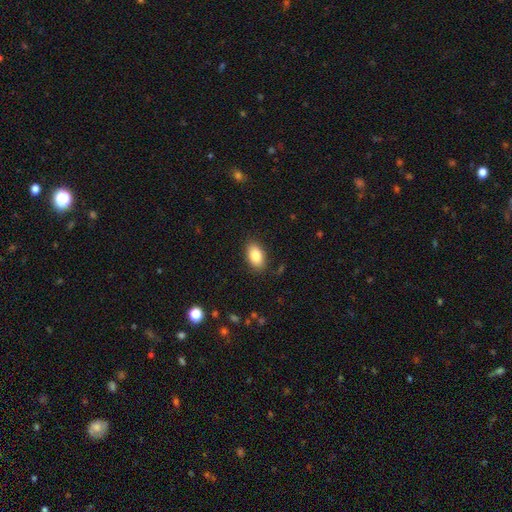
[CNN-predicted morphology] Smooth or featured: smooth — 85% (featured or disk — 8%)
How rounded: in between — 92% (round — 6%)
Merging: none — 86% (minor disturbance — 10%)